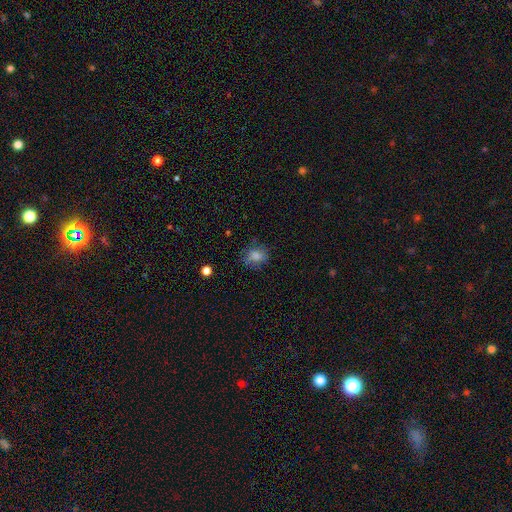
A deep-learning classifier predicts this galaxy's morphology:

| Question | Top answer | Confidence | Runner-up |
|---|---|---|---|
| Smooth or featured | smooth | 73% | star or artifact (14%) |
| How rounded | round | 59% | in between (39%) |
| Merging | none | 71% | minor disturbance (20%) |